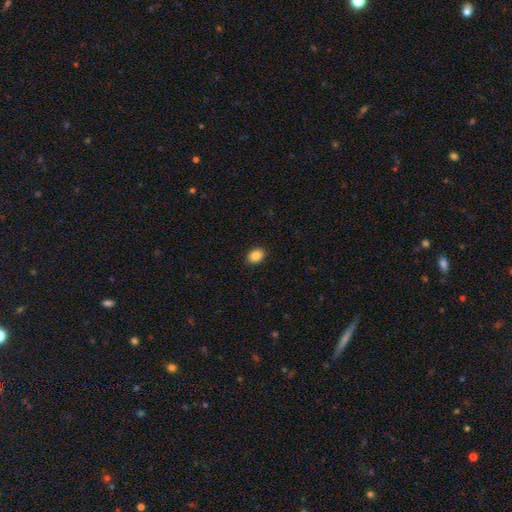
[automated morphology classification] Overall: smooth (88%). How rounded: in between (68%; round 31%). Merging: none (90%).